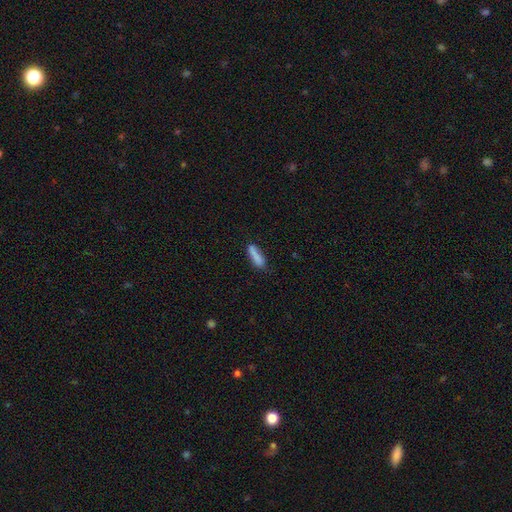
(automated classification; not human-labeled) A smooth galaxy with no disk features (84%) that is cigar-shaped (66%). Merging: none (68%).